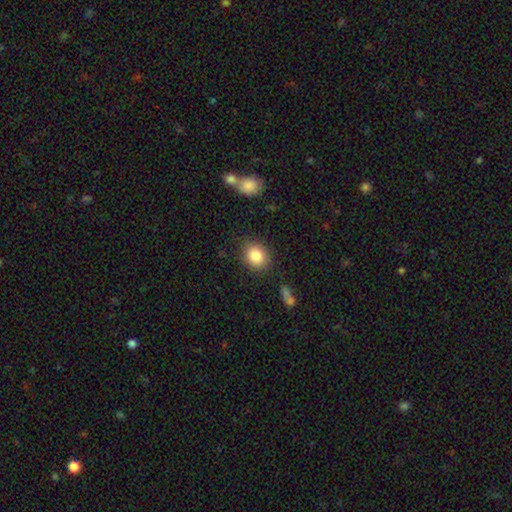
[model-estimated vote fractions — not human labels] A smooth galaxy with no disk features (84%) that is round (67%). Merging: none (84%).